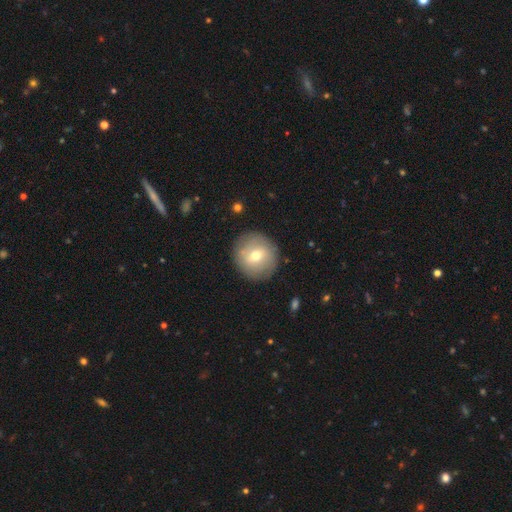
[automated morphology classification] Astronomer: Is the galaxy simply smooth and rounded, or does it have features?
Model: smooth — 62%.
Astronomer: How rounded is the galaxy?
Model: round — 91%.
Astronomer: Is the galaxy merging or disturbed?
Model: none — 87%.